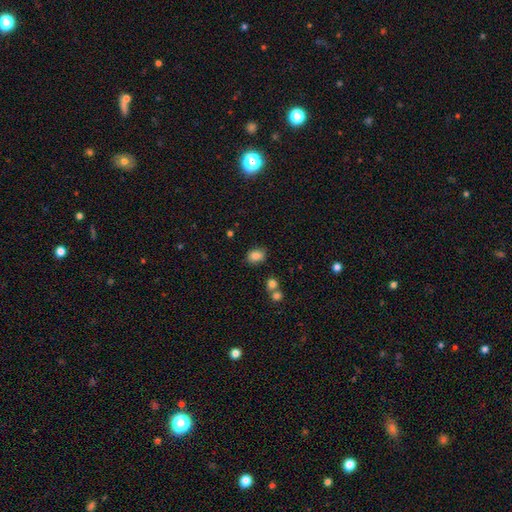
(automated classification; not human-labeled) Q: Smooth or featured?
A: smooth (85%); runner-up: star or artifact (10%)
Q: How rounded?
A: in between (62%); runner-up: round (37%)
Q: Merging?
A: none (81%); runner-up: minor disturbance (11%)